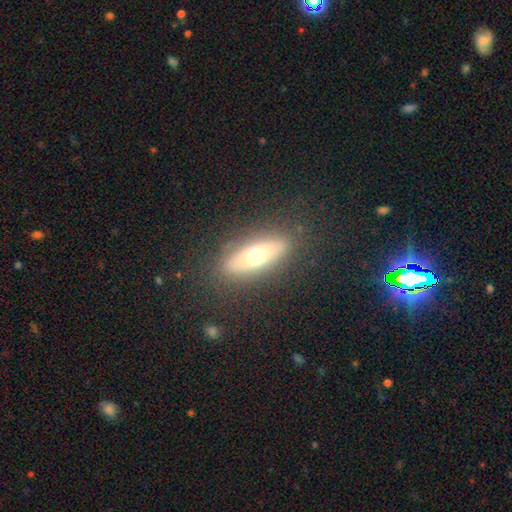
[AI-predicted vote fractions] Q: Smooth or featured?
A: smooth (54%); runner-up: featured or disk (38%)
Q: How rounded?
A: in between (54%); runner-up: cigar-shaped (42%)
Q: Merging?
A: none (85%); runner-up: minor disturbance (10%)